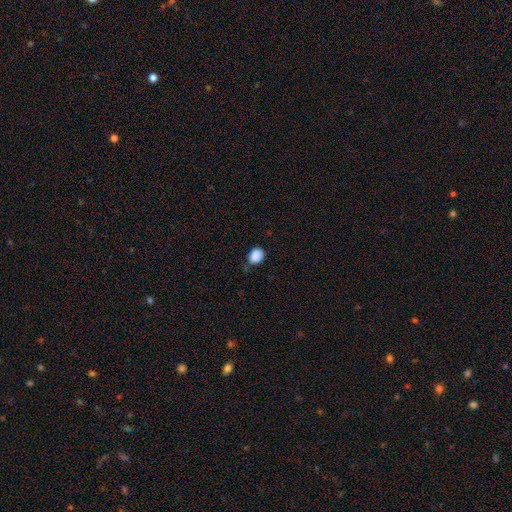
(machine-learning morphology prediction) smooth-or-featured: smooth: 88% | star or artifact: 9% | featured or disk: 3%
  how-rounded: in between: 53% | round: 46% | cigar-shaped: 1%
  merging: none: 72% | minor disturbance: 21% | major disturbance: 4% | merger: 3%